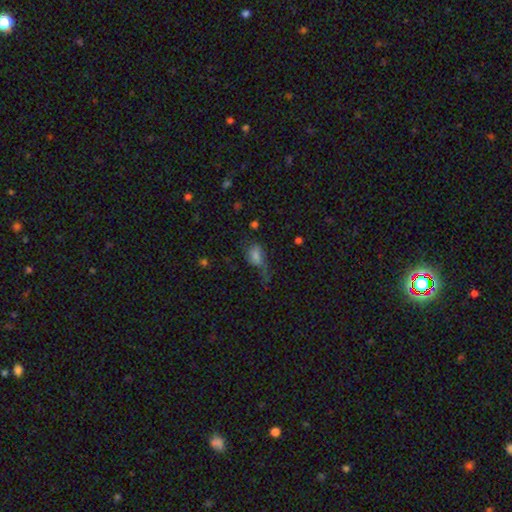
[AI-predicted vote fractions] Smooth or featured: smooth — 64% (featured or disk — 19%)
How rounded: in between — 77% (round — 18%)
Merging: major disturbance — 38% (none — 31%)